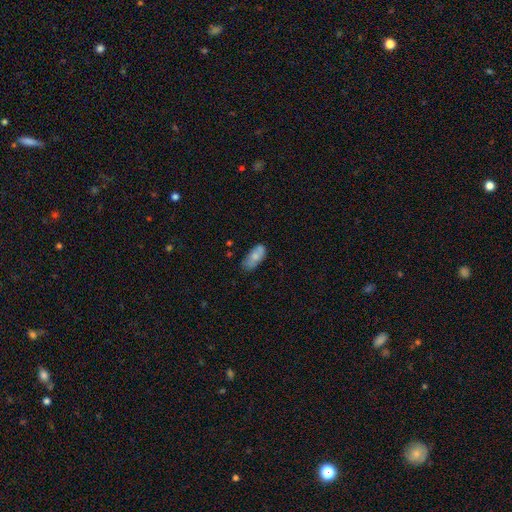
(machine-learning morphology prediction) Smooth or featured?
  - smooth: 73% *
  - featured or disk: 20%
  - star or artifact: 7%
How rounded?
  - in between: 88% *
  - cigar-shaped: 9%
  - round: 3%
Merging?
  - none: 64% *
  - minor disturbance: 27%
  - major disturbance: 6%
  - merger: 3%